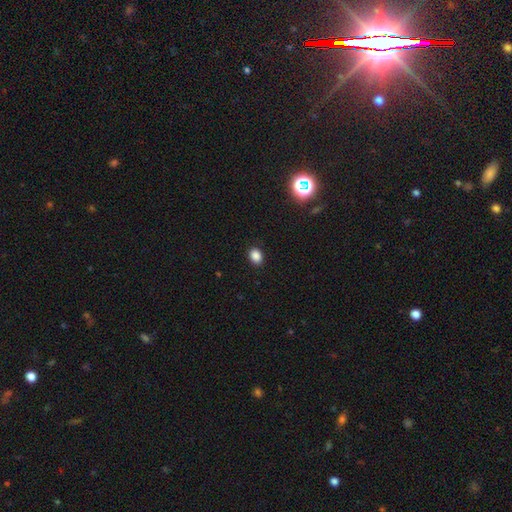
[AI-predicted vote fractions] smooth-or-featured: smooth: 86% | star or artifact: 11% | featured or disk: 3%
  how-rounded: in between: 62% | round: 37% | cigar-shaped: 1%
  merging: none: 90% | minor disturbance: 7% | major disturbance: 2% | merger: 1%